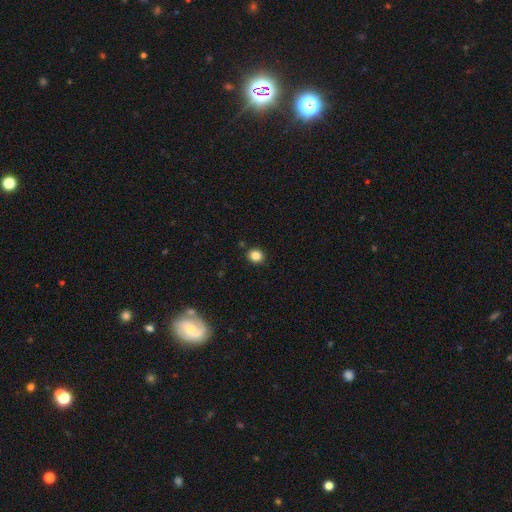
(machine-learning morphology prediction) A smooth galaxy with no disk features (84%) that is round (75%).

Vote fractions:
- Smooth or featured? smooth: 84% / star or artifact: 11% / featured or disk: 4%
- How rounded? round: 75% / in between: 24% / cigar-shaped: 1%
- Merging? none: 90% / minor disturbance: 7% / merger: 2% / major disturbance: 2%